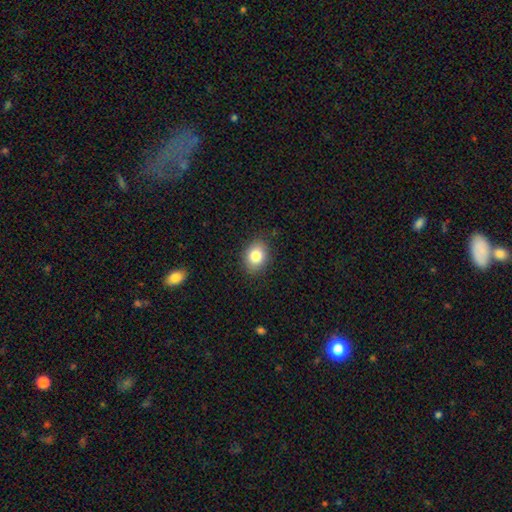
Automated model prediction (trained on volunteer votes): Q: Smooth or featured?
A: smooth (82%); runner-up: star or artifact (9%)
Q: How rounded?
A: in between (62%); runner-up: round (37%)
Q: Merging?
A: none (86%); runner-up: minor disturbance (10%)